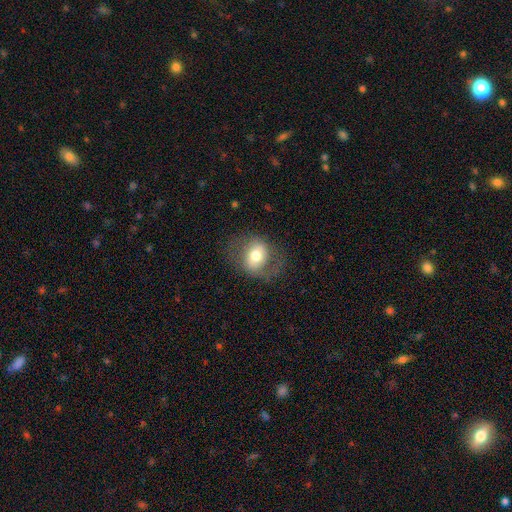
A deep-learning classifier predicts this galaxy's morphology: This is possibly a smooth galaxy (56%). How rounded: possibly round (51%). Merging: likely none (68%).